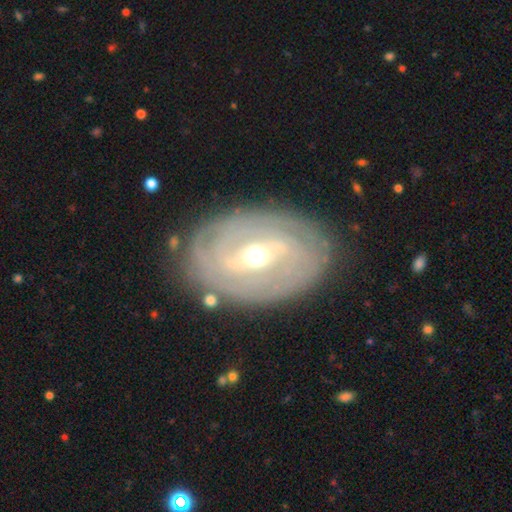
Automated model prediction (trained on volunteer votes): A featured or disk galaxy (84%) with a weak bar (47%), tight (76%) spiral arms (88%) and a moderate central bulge (65%). Merging: none (82%).